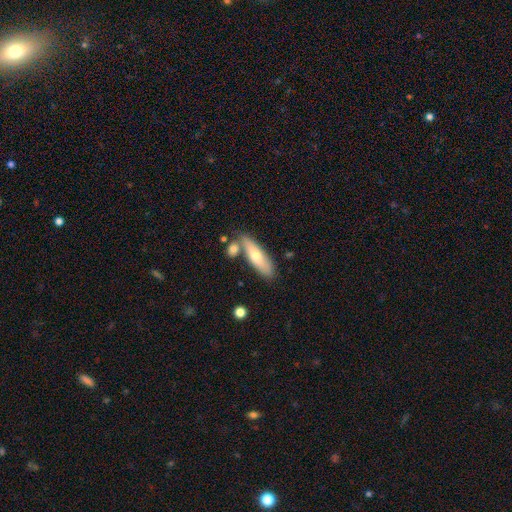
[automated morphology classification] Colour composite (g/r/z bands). It shows a smooth galaxy with no disk features (66%) that is cigar-shaped (57%). Merging: none (69%).